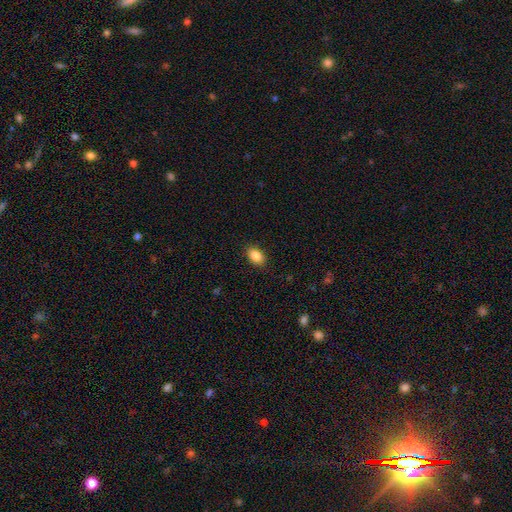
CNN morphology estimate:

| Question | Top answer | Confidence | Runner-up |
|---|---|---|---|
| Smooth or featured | smooth | 87% | star or artifact (8%) |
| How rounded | in between | 84% | round (15%) |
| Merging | none | 88% | minor disturbance (9%) |